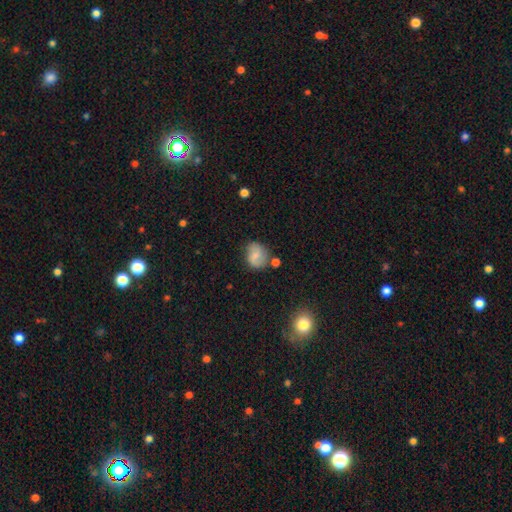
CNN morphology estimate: Smooth or featured: smooth — 66% (featured or disk — 25%)
How rounded: round — 56% (in between — 43%)
Merging: none — 62% (minor disturbance — 23%)